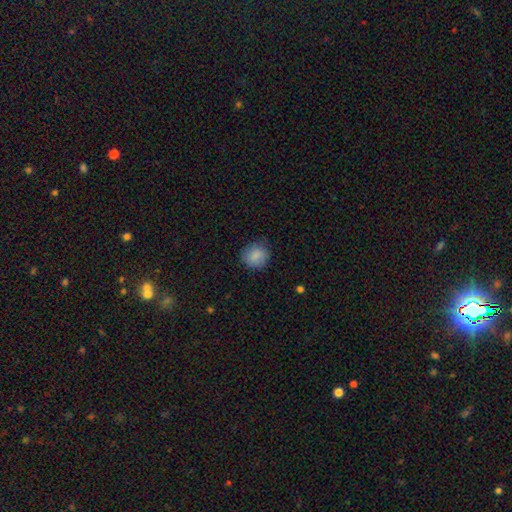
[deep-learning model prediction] Smooth or featured?
  - smooth: 86% *
  - star or artifact: 8%
  - featured or disk: 7%
How rounded?
  - round: 80% *
  - in between: 19%
  - cigar-shaped: 1%
Merging?
  - none: 78% *
  - minor disturbance: 16%
  - major disturbance: 4%
  - merger: 1%